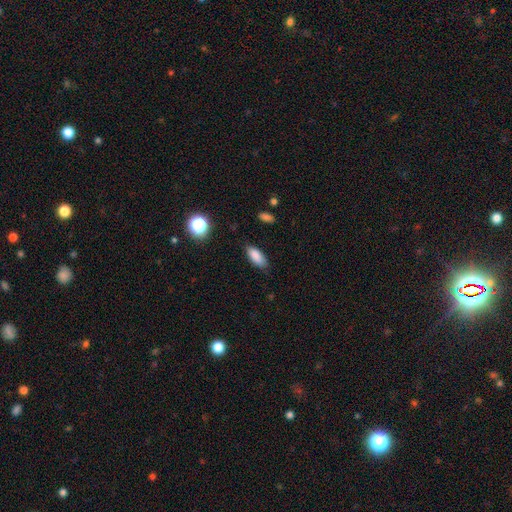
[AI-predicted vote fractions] Overall: smooth (86%). How rounded: in between (83%). Merging: none (82%).